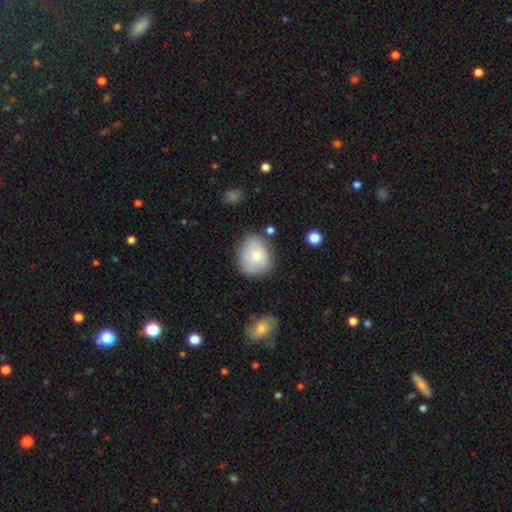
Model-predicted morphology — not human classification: A smooth galaxy with no disk features (63%) that is round (57%).

Vote fractions:
- Smooth or featured? smooth: 63% / featured or disk: 30% / star or artifact: 7%
- How rounded? round: 57% / in between: 42% / cigar-shaped: 1%
- Merging? none: 66% / minor disturbance: 23% / major disturbance: 6% / merger: 5%